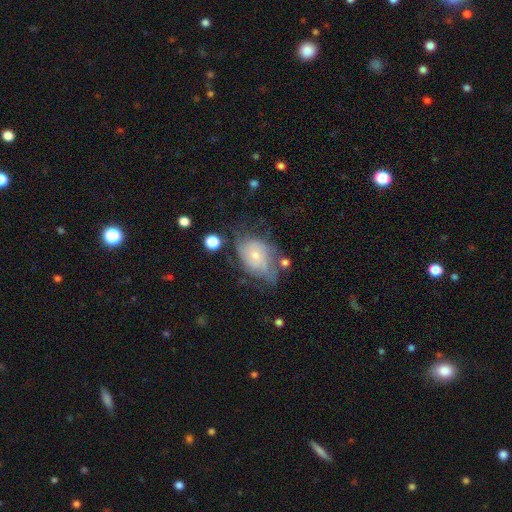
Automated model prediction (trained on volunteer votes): Overall: featured or disk (56%; smooth 34%). Edge-on disk: no (96%). Bar: no (80%). Spiral arms: yes (70%; no 30%). Bulge size: small (69%). Merging: none (38%; minor disturbance 30%).